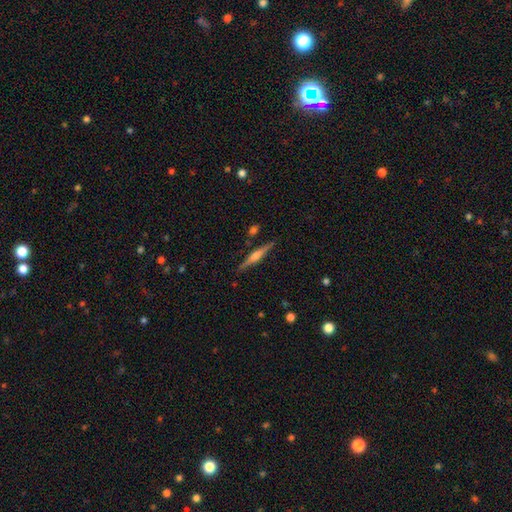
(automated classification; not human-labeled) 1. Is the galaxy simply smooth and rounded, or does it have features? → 76% featured or disk, 18% smooth, 6% star or artifact.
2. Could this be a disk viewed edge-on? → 98% yes, 2% no.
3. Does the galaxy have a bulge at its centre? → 80% rounded, 14% boxy, 6% none.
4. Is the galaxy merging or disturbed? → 89% none, 7% minor disturbance, 2% merger, 2% major disturbance.